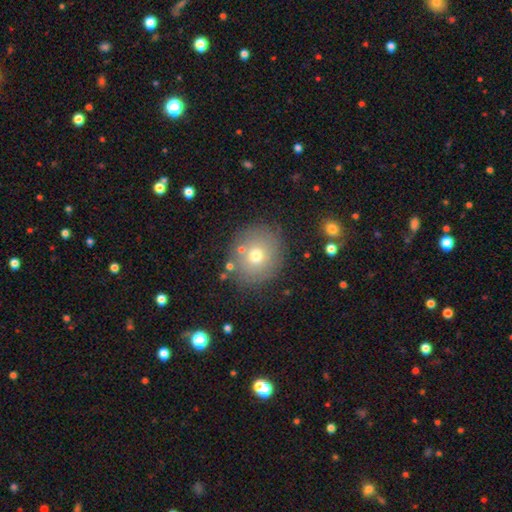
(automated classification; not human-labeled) Smooth or featured? Predicted: smooth (p=0.70). How rounded? Predicted: round (p=0.81). Merging? Predicted: none (p=0.82).